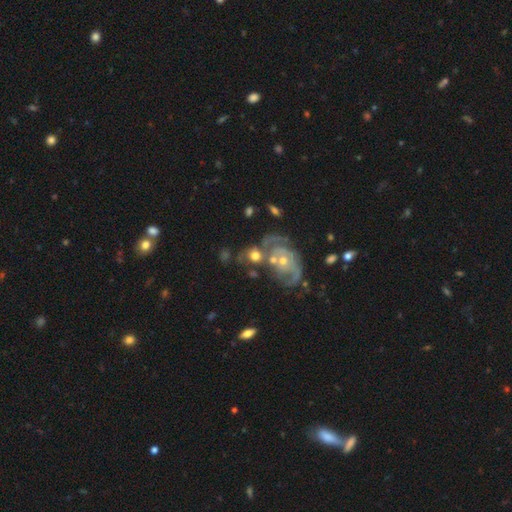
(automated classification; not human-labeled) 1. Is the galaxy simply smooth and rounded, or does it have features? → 55% featured or disk, 35% smooth, 10% star or artifact.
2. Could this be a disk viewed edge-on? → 96% no, 4% yes.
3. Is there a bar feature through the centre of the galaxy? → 78% no, 18% weak, 4% strong.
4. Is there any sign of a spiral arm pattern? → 72% yes, 28% no.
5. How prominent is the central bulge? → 45% moderate, 40% small, 8% large, 4% none, 2% dominant.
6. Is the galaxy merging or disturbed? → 44% merger, 29% none, 13% minor disturbance, 13% major disturbance.